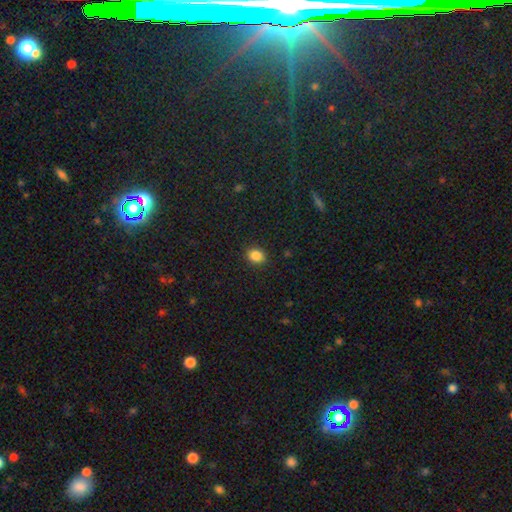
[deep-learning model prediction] A smooth galaxy with no disk features (86%) that is round (58%). Merging: none (90%).